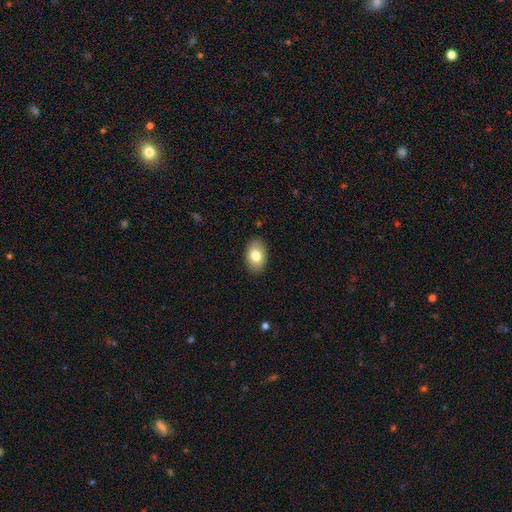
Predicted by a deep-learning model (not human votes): Smooth or featured? Predicted: smooth (p=0.79). How rounded? Predicted: in between (p=0.85). Merging? Predicted: none (p=0.87).